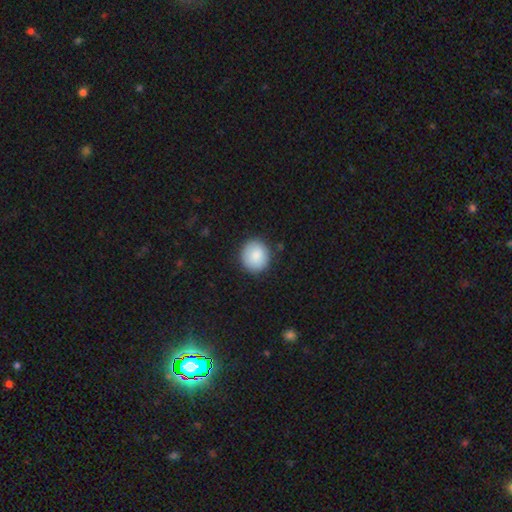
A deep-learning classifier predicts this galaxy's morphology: Q: Smooth or featured?
A: smooth (86%); runner-up: star or artifact (7%)
Q: How rounded?
A: round (89%); runner-up: in between (10%)
Q: Merging?
A: none (88%); runner-up: minor disturbance (8%)